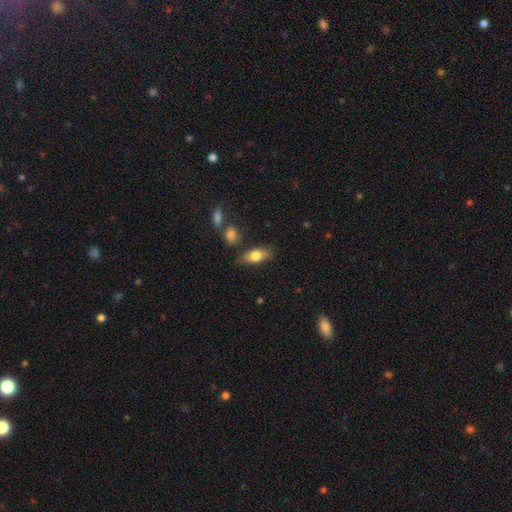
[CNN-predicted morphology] Q: Smooth or featured?
A: smooth (76%); runner-up: featured or disk (17%)
Q: How rounded?
A: in between (82%); runner-up: cigar-shaped (13%)
Q: Merging?
A: none (77%); runner-up: minor disturbance (15%)